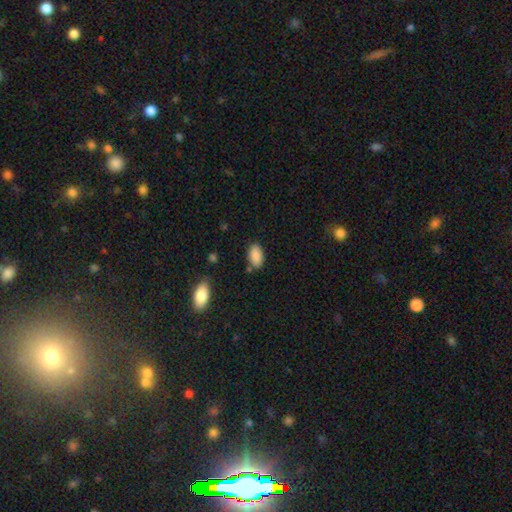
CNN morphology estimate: smooth-or-featured: smooth: 88% | star or artifact: 7% | featured or disk: 4%
  how-rounded: in between: 93% | round: 5% | cigar-shaped: 2%
  merging: none: 76% | minor disturbance: 15% | merger: 5% | major disturbance: 3%